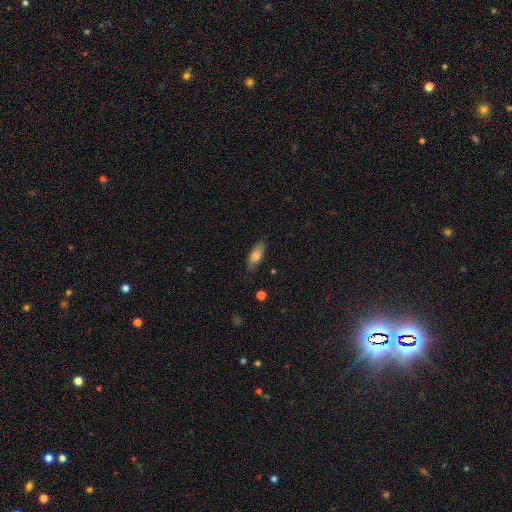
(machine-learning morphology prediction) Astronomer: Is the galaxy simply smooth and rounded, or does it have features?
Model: smooth — 73%.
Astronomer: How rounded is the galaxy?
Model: in between — 72%.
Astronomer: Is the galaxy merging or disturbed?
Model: none — 79%.